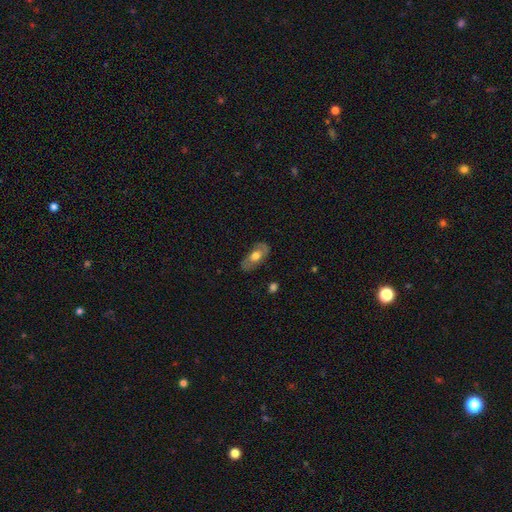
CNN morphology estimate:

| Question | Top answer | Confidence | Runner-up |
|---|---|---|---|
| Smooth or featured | smooth | 52% | featured or disk (42%) |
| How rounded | in between | 87% | cigar-shaped (8%) |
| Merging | none | 73% | minor disturbance (19%) |